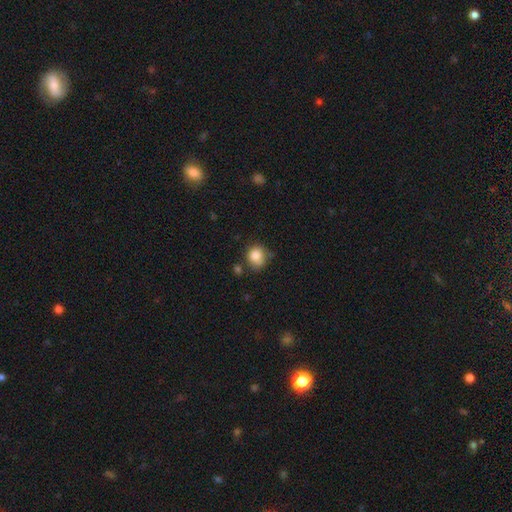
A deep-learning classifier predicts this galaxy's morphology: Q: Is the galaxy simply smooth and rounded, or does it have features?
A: smooth — 83%.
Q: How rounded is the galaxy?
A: round — 79%.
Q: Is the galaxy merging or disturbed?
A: none — 61%.